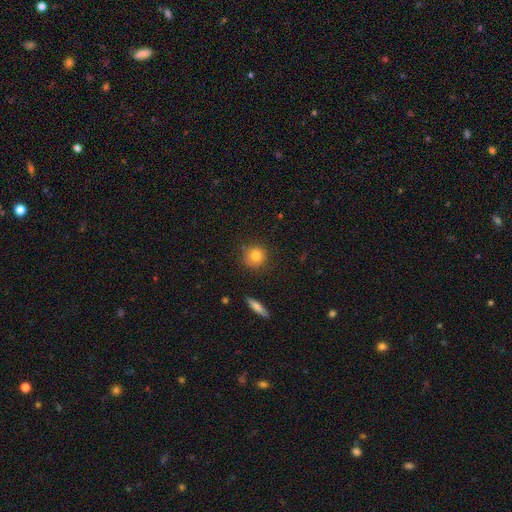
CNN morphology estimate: smooth 81%, star or artifact 10%, featured or disk 9%. Down the decision tree: how rounded — round (89%); merging — none (82%).